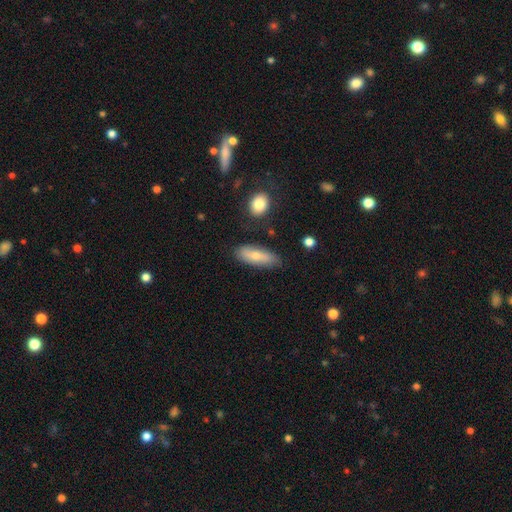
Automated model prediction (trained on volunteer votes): Smooth or featured? Predicted: smooth (p=0.69). How rounded? Predicted: in between (p=0.63). Merging? Predicted: none (p=0.78).